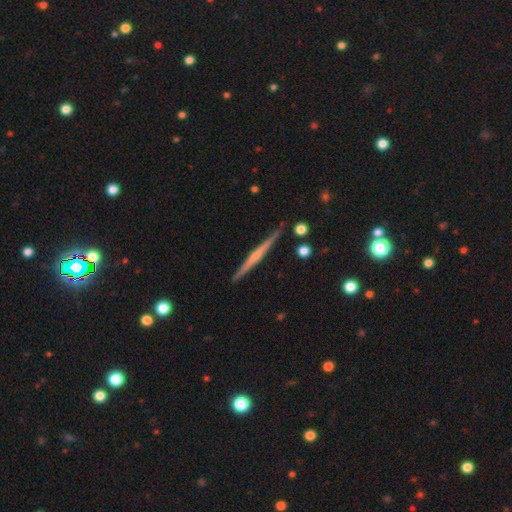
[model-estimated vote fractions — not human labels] Smooth or featured? Predicted: featured or disk (p=0.70). Edge-on disk? Predicted: yes (p=0.98). Edge-on bulge? Predicted: rounded (p=0.52). Merging? Predicted: none (p=0.89).